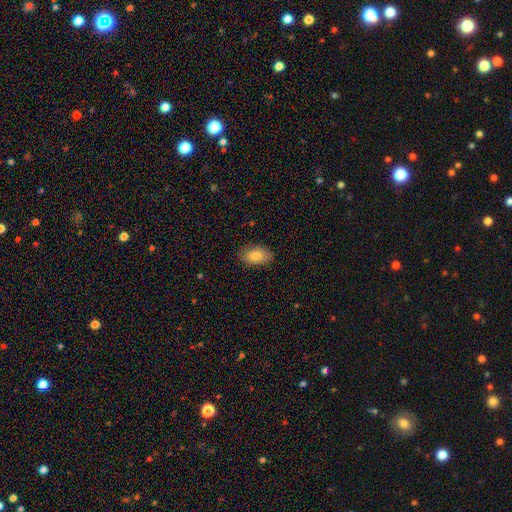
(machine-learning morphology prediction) Overall: smooth (83%). How rounded: in between (90%). Merging: none (86%).